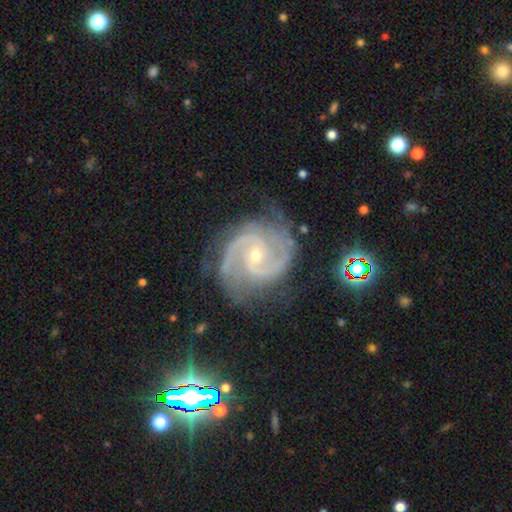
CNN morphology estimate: The model was most divided on "spiral winding": medium: 52%, tight: 40%, loose: 8%. More confident: spiral arms — yes (99%); edge-on disk — no (98%); smooth or featured — featured or disk (92%); spiral arm count — 2 (76%); merging — none (69%); bulge size — small (60%); bar — no (54%).